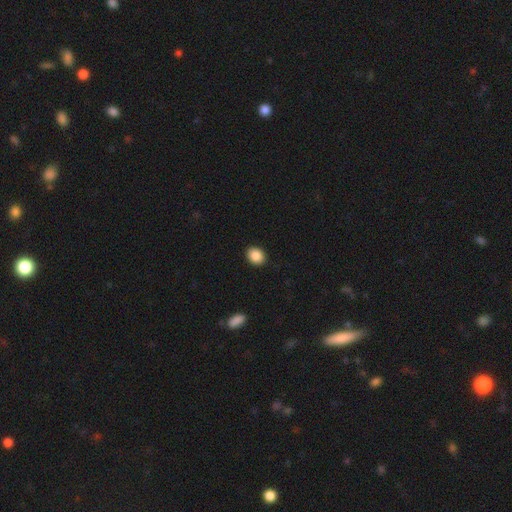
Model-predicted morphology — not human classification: The model was most divided on "how rounded": in between: 54%, round: 46%, cigar-shaped: 1%. More confident: merging — none (91%); smooth or featured — smooth (89%).